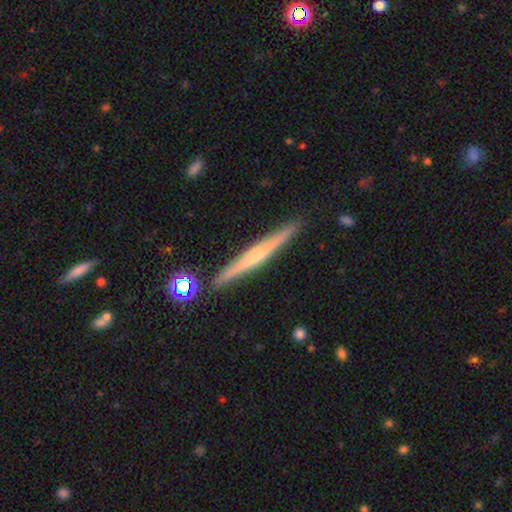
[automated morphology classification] This is likely a featured or disk galaxy (60%). It is clearly viewed edge-on (97%). Edge-on bulge: possibly none (56%). Merging: clearly none (90%).